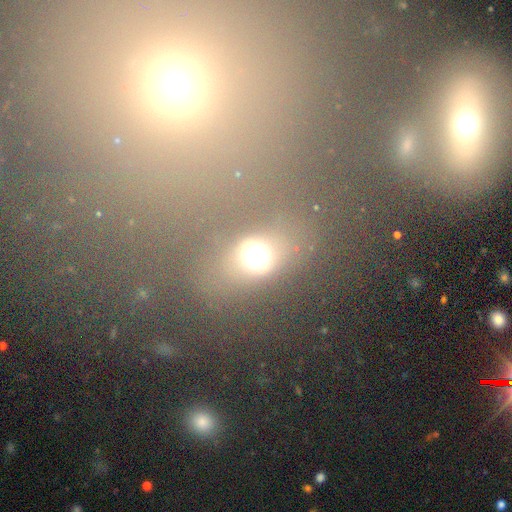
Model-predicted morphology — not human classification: smooth_or_featured: smooth (p=0.59) [alt: star or artifact p=0.27]
how_rounded: round (p=0.52) [alt: in between p=0.45]
merging: none (p=0.54) [alt: merger p=0.21]